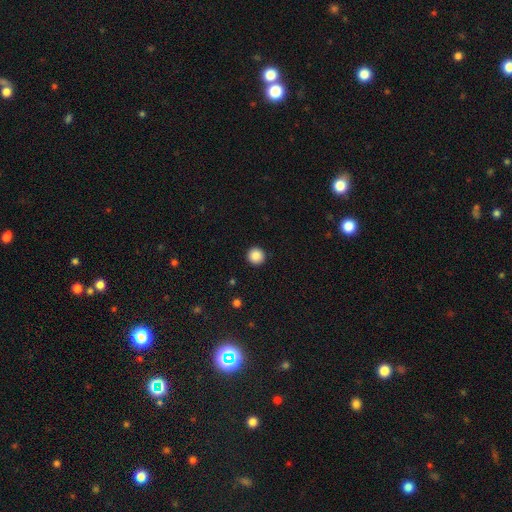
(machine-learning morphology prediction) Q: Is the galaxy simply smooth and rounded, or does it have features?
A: smooth — 88%.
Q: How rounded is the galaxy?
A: round — 96%.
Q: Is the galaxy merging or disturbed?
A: none — 93%.